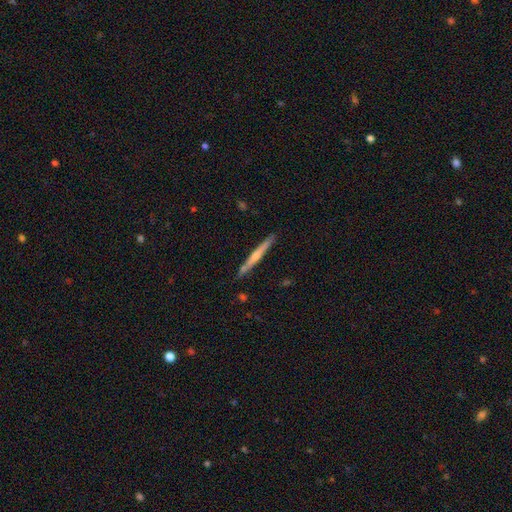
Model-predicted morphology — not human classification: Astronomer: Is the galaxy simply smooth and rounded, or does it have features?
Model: featured or disk — 59% (runner-up: smooth, 36%).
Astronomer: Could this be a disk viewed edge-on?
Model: yes — 98%.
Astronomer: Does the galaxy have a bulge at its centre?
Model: rounded — 54% (runner-up: none, 38%).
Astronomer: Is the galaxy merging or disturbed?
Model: none — 89%.